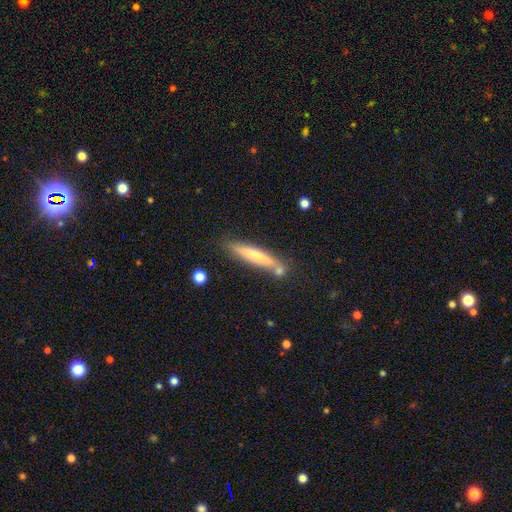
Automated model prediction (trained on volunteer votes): A smooth galaxy with no disk features (53%) that is cigar-shaped (92%).

Vote fractions:
- Smooth or featured? smooth: 53% / featured or disk: 40% / star or artifact: 7%
- How rounded? cigar-shaped: 92% / in between: 7% / round: 1%
- Merging? none: 73% / minor disturbance: 13% / merger: 11% / major disturbance: 3%